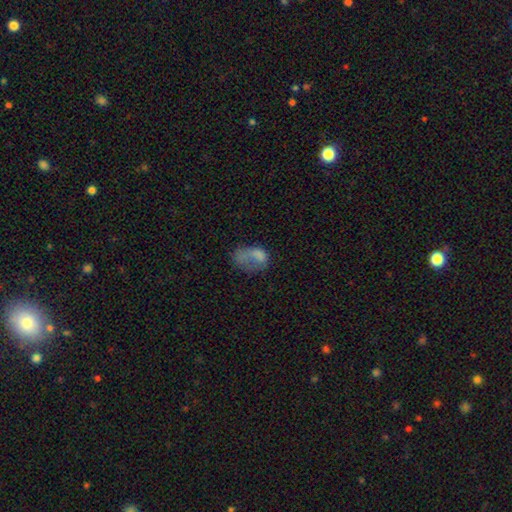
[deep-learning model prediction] The model was most divided on "merging": major disturbance: 48%, none: 23%, minor disturbance: 21%, merger: 8%. More confident: how rounded — in between (83%); smooth or featured — smooth (64%).